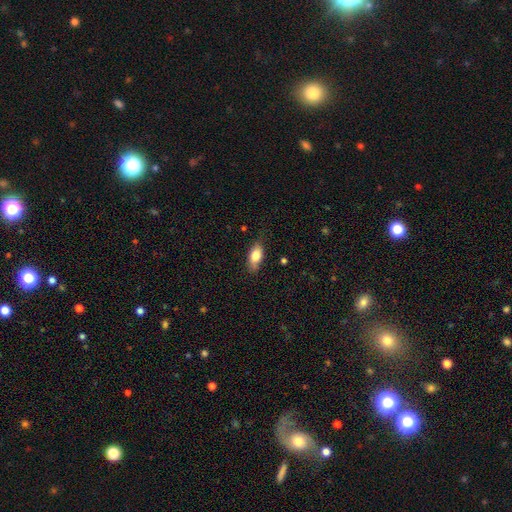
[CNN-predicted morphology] Overall: smooth (77%). How rounded: in between (83%). Merging: none (75%).